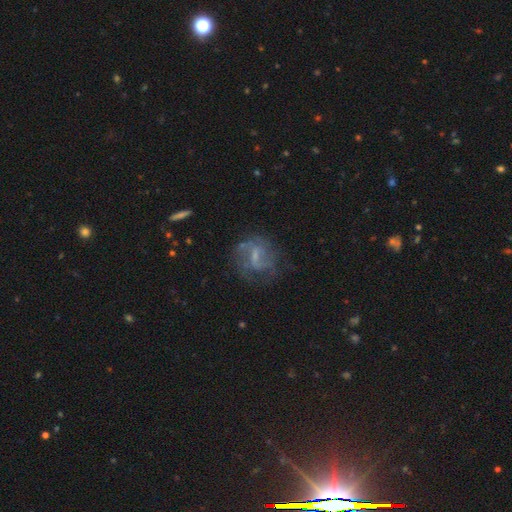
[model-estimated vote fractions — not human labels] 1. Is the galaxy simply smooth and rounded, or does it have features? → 71% featured or disk, 19% smooth, 10% star or artifact.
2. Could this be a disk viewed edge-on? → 96% no, 4% yes.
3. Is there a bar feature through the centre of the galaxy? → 55% weak, 23% strong, 22% no.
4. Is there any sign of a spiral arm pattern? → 79% yes, 21% no.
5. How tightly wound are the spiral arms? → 43% medium, 35% loose, 21% tight.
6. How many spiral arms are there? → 58% 2, 24% can't tell, 7% 1, 6% 3, 2% 4, 2% more than 4.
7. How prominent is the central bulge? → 47% small, 26% none, 23% moderate, 2% large, 1% dominant.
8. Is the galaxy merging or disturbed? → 60% none, 20% minor disturbance, 17% major disturbance, 2% merger.